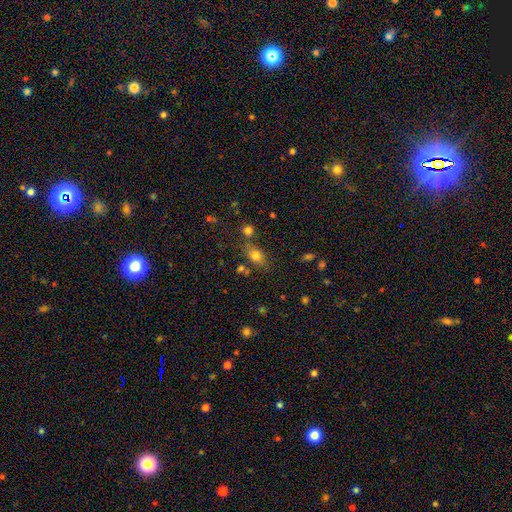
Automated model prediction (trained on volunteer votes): This appears to be a smooth galaxy with no disk features (75%) that is in between round and cigar-shaped (55%). Merging: none (63%).